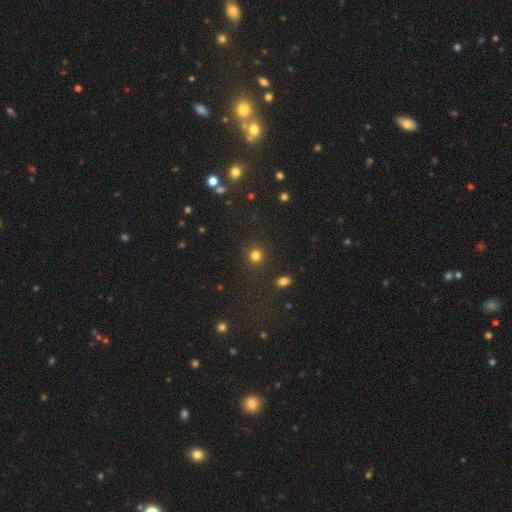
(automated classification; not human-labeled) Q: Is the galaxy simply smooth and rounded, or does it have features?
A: smooth — 80%.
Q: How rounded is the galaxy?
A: round — 91%.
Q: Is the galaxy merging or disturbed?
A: none — 88%.